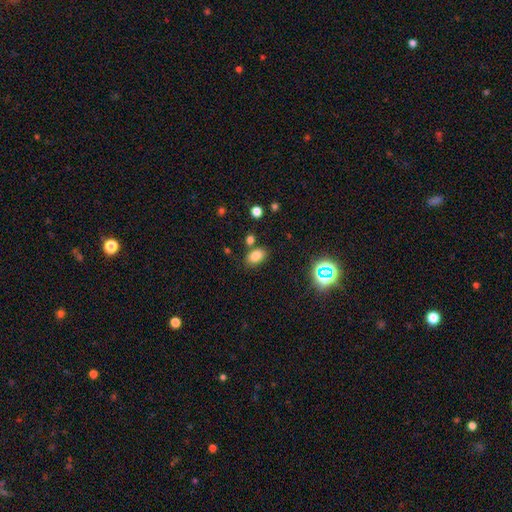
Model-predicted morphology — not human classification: Overall: smooth (80%). How rounded: in between (86%). Merging: none (75%).